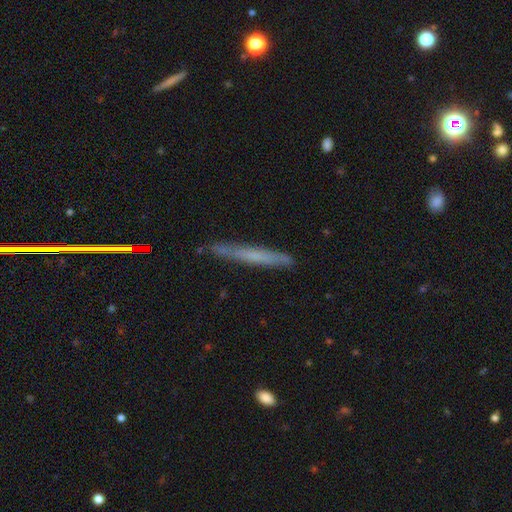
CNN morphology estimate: This is possibly a smooth galaxy (52%). How rounded: clearly cigar-shaped (96%). Merging: clearly none (81%).